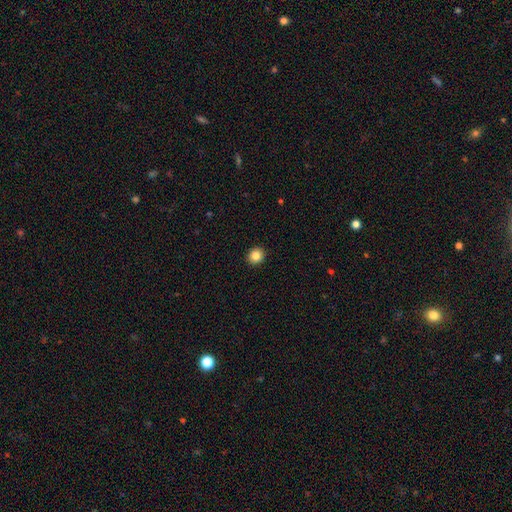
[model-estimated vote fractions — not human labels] A smooth galaxy with no disk features (85%) that is round (83%).

Vote fractions:
- Smooth or featured? smooth: 85% / star or artifact: 10% / featured or disk: 5%
- How rounded? round: 83% / in between: 16% / cigar-shaped: 1%
- Merging? none: 93% / minor disturbance: 5% / major disturbance: 2% / merger: 1%